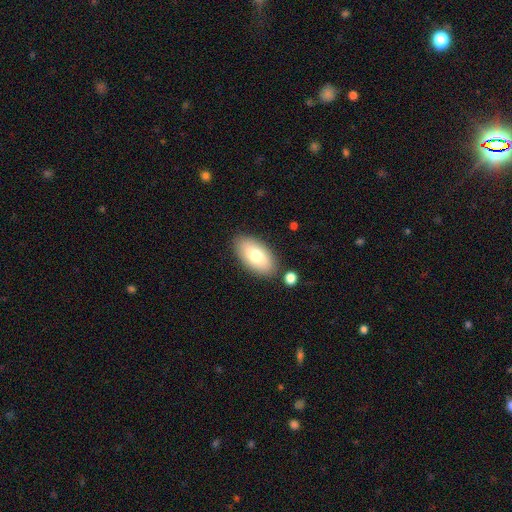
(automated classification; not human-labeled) Smooth or featured?
  - smooth: 75% *
  - featured or disk: 18%
  - star or artifact: 7%
How rounded?
  - in between: 94% *
  - cigar-shaped: 3%
  - round: 3%
Merging?
  - none: 84% *
  - minor disturbance: 10%
  - merger: 4%
  - major disturbance: 3%